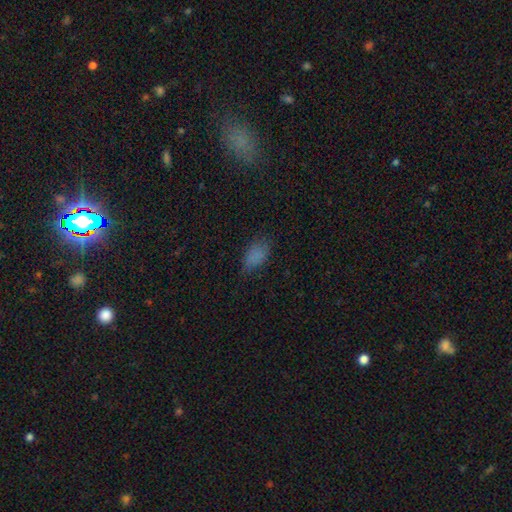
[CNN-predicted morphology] Overall: smooth (77%). How rounded: in between (91%). Merging: none (65%; minor disturbance 25%).